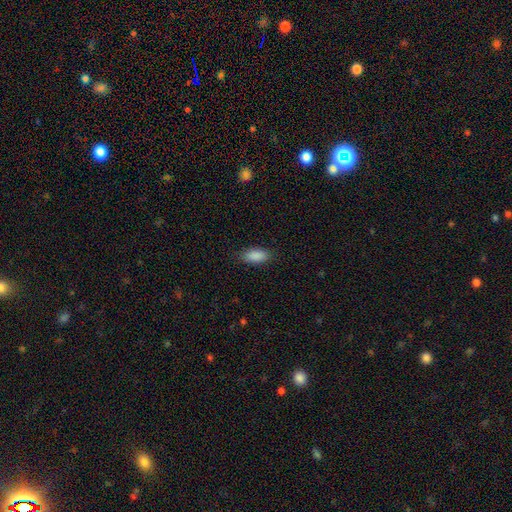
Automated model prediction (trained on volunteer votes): smooth_or_featured: smooth (p=0.90) [alt: star or artifact p=0.07]
how_rounded: in between (p=0.87) [alt: cigar-shaped p=0.11]
merging: none (p=0.86) [alt: minor disturbance p=0.10]